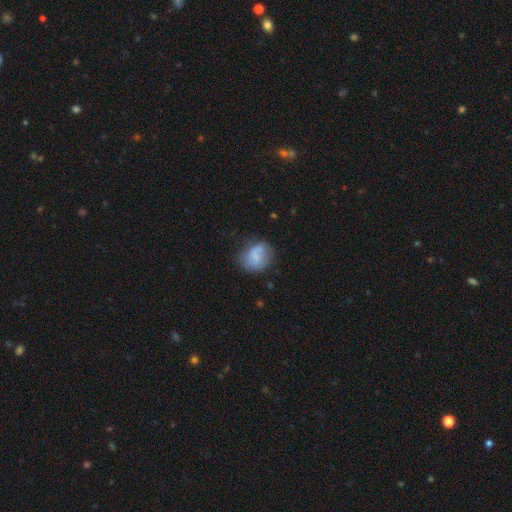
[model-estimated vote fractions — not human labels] Smooth or featured: smooth — 53% (featured or disk — 39%)
How rounded: round — 64% (in between — 35%)
Merging: none — 63% (minor disturbance — 24%)